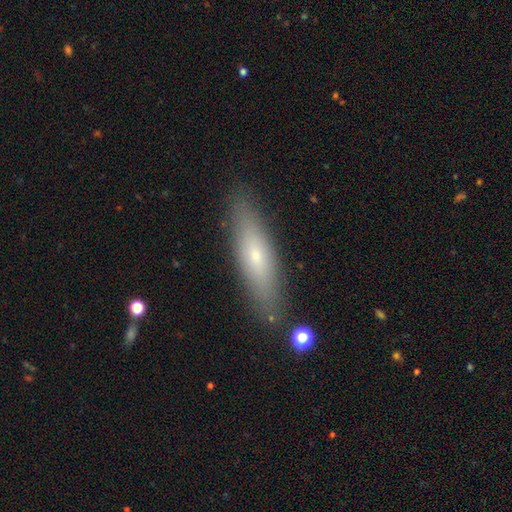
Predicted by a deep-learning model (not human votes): Smooth or featured?
  - smooth: 58% *
  - featured or disk: 34%
  - star or artifact: 8%
How rounded?
  - cigar-shaped: 70% *
  - in between: 28%
  - round: 2%
Merging?
  - none: 86% *
  - minor disturbance: 10%
  - major disturbance: 3%
  - merger: 2%